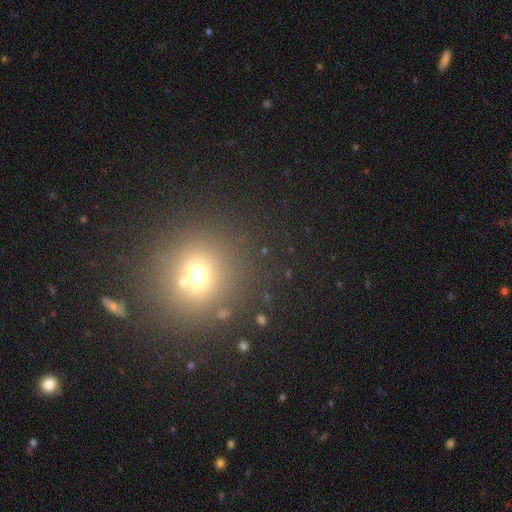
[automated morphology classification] smooth-or-featured: smooth: 57% | star or artifact: 32% | featured or disk: 11%
  how-rounded: round: 84% | in between: 14% | cigar-shaped: 2%
  merging: none: 87% | minor disturbance: 7% | major disturbance: 3% | merger: 3%